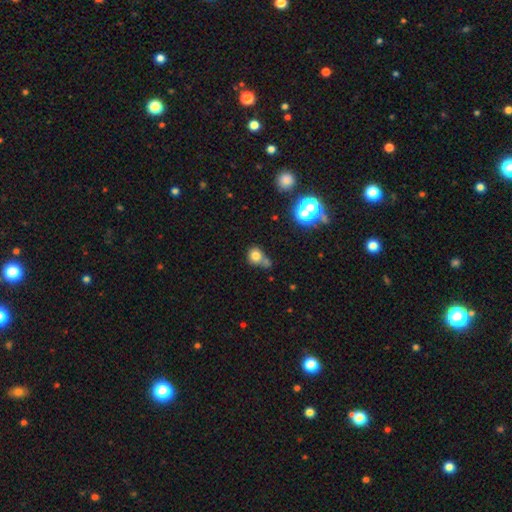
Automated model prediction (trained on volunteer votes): smooth-or-featured: smooth: 76% | star or artifact: 14% | featured or disk: 10%
  how-rounded: round: 76% | in between: 23% | cigar-shaped: 1%
  merging: none: 45% | merger: 30% | minor disturbance: 17% | major disturbance: 8%